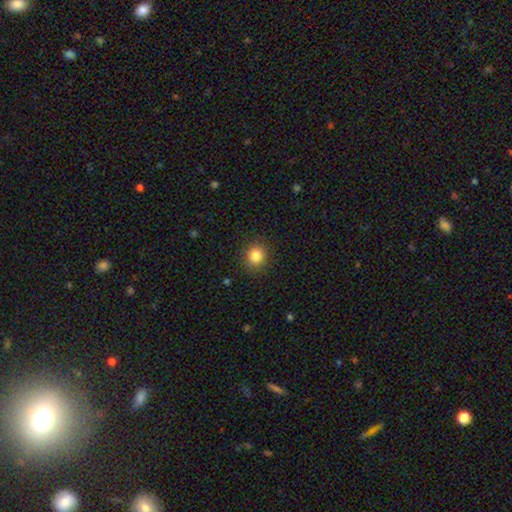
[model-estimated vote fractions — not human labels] Smooth or featured: smooth — 85% (star or artifact — 11%)
How rounded: round — 88% (in between — 11%)
Merging: none — 90% (minor disturbance — 7%)